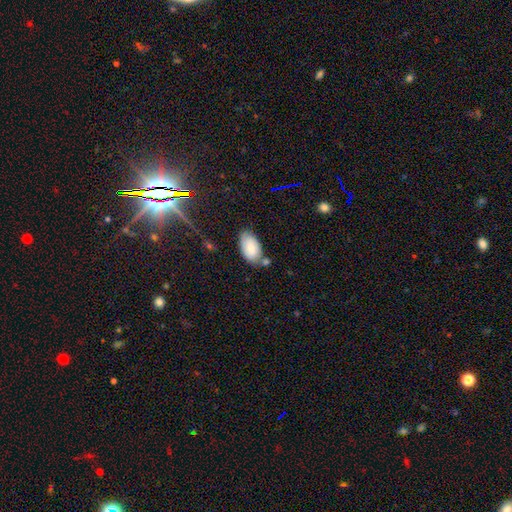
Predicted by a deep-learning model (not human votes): Overall: smooth (78%). How rounded: in between (94%). Merging: none (59%; minor disturbance 23%).